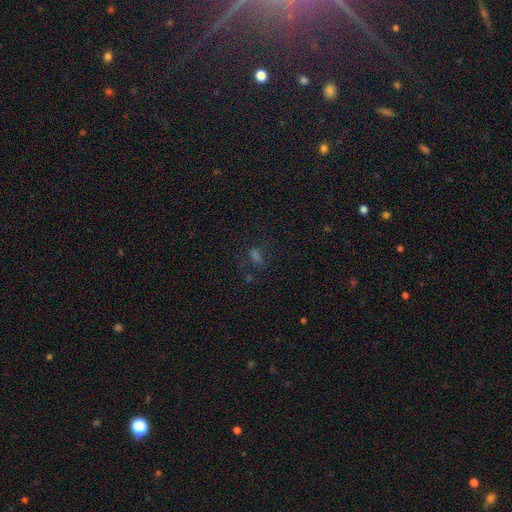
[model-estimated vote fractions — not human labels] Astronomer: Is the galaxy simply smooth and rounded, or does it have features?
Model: smooth — 47% (runner-up: star or artifact, 37%).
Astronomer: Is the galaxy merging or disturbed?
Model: none — 68%.